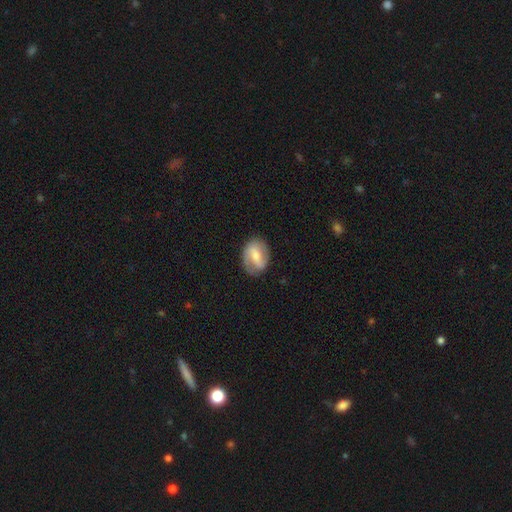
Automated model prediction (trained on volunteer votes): The model was most divided on "bar": weak: 43%, strong: 38%, no: 19%. Remaining: edge-on disk — no (96%); spiral arms — yes (83%); spiral arm count — 2 (82%); merging — none (80%); smooth or featured — featured or disk (66%); bulge size — moderate (50%); spiral winding — medium (43%).